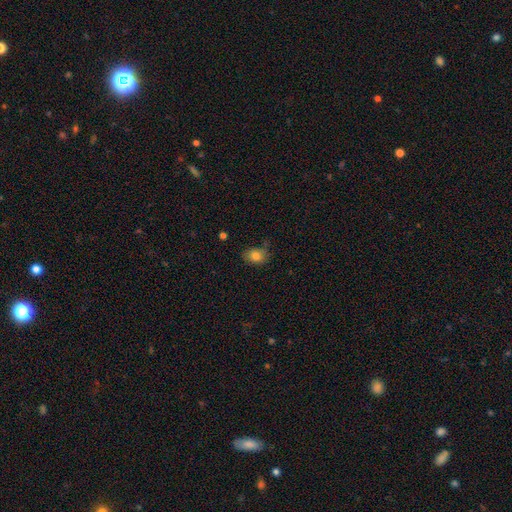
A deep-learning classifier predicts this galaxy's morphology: Smooth or featured? smooth (82%)
How rounded? in between (62%)
Merging? none (72%)